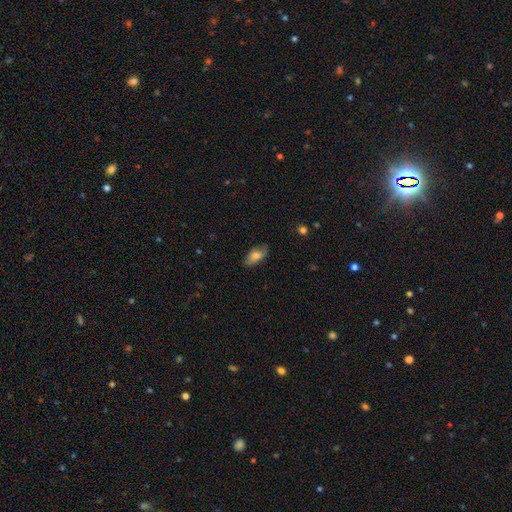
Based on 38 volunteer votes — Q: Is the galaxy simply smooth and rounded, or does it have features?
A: smooth — 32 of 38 (84%).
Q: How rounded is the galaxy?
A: in between — 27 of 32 (84%).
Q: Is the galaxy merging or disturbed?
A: none — 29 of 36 (81%).